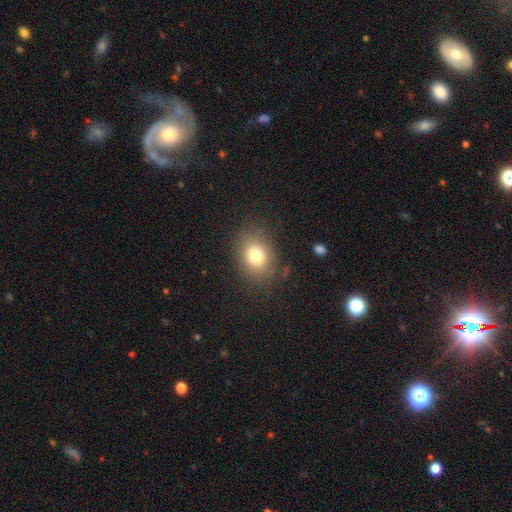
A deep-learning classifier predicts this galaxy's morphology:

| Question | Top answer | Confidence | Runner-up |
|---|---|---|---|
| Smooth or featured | smooth | 78% | star or artifact (12%) |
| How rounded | in between | 56% | round (43%) |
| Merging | none | 82% | minor disturbance (12%) |